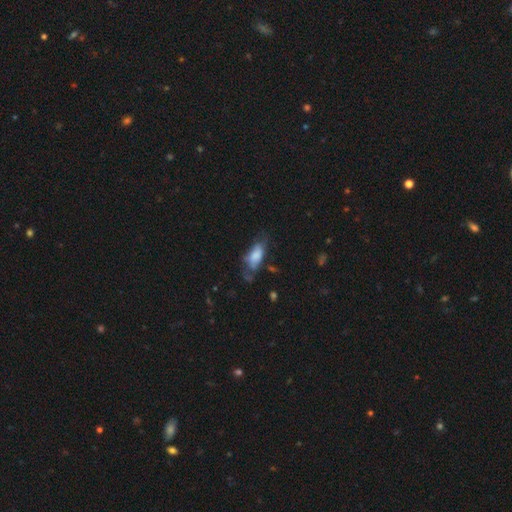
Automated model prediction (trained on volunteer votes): smooth-or-featured: smooth: 66% | featured or disk: 25% | star or artifact: 8%
  how-rounded: in between: 82% | cigar-shaped: 15% | round: 3%
  merging: none: 40% | minor disturbance: 31% | major disturbance: 25% | merger: 4%